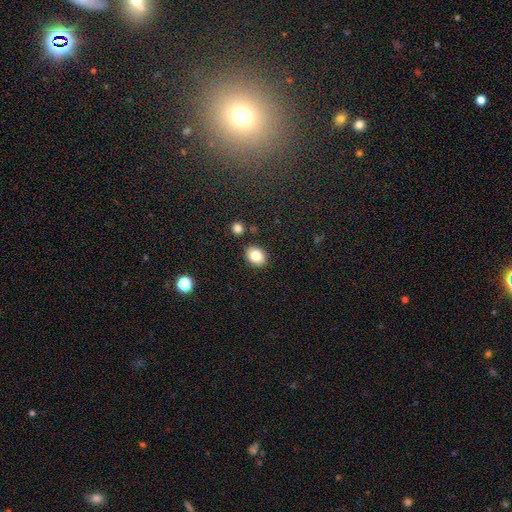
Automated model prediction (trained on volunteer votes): Smooth or featured? Predicted: smooth (p=0.84). How rounded? Predicted: in between (p=0.59). Merging? Predicted: none (p=0.85).